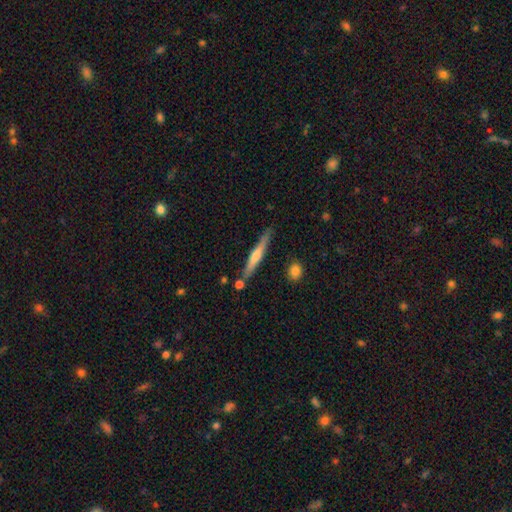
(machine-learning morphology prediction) A featured or disk galaxy (57%) viewed edge-on (96%) with a rounded central bulge (71%). Merging: none (83%).